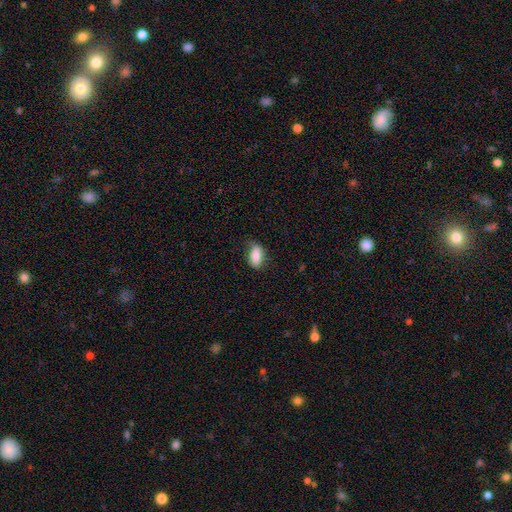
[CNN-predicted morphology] smooth 85%, featured or disk 8%, star or artifact 7%. Down the decision tree: how rounded — in between (91%); merging — none (75%).